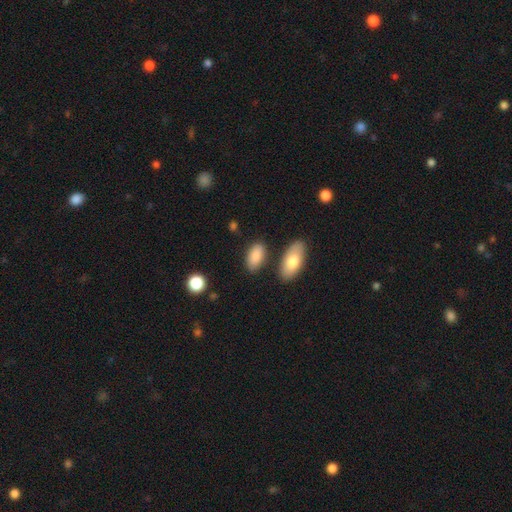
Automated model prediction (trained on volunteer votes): Smooth or featured: smooth — 86% (featured or disk — 7%)
How rounded: in between — 93% (cigar-shaped — 3%)
Merging: none — 78% (minor disturbance — 13%)